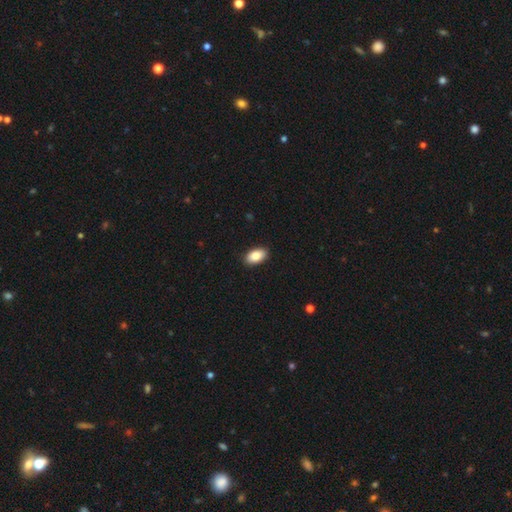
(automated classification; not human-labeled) smooth-or-featured: smooth: 86% | star or artifact: 7% | featured or disk: 7%
  how-rounded: in between: 94% | round: 5% | cigar-shaped: 2%
  merging: none: 90% | minor disturbance: 7% | major disturbance: 2% | merger: 1%